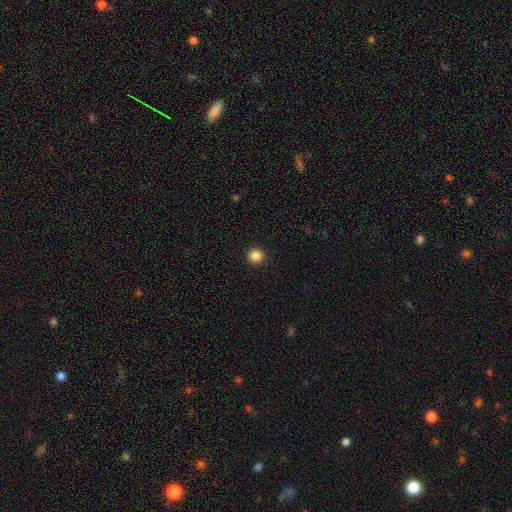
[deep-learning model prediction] Q: Smooth or featured?
A: smooth (86%); runner-up: star or artifact (11%)
Q: How rounded?
A: round (95%); runner-up: in between (4%)
Q: Merging?
A: none (93%); runner-up: minor disturbance (4%)